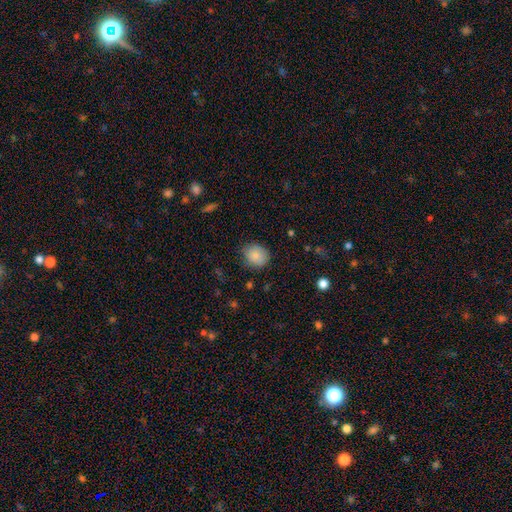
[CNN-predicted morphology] Smooth or featured? smooth (85%)
How rounded? round (71%)
Merging? none (75%)